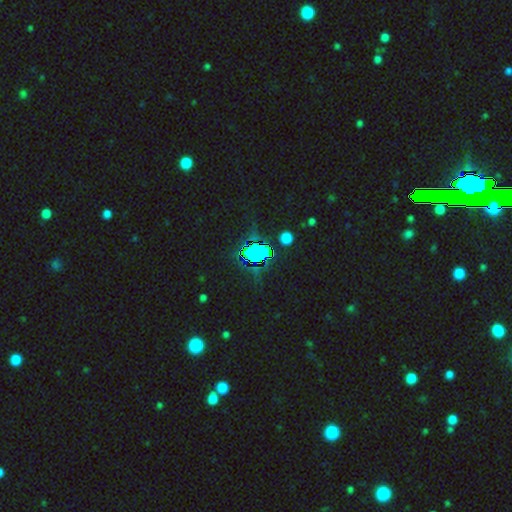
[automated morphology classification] Overall: star or artifact (74%).